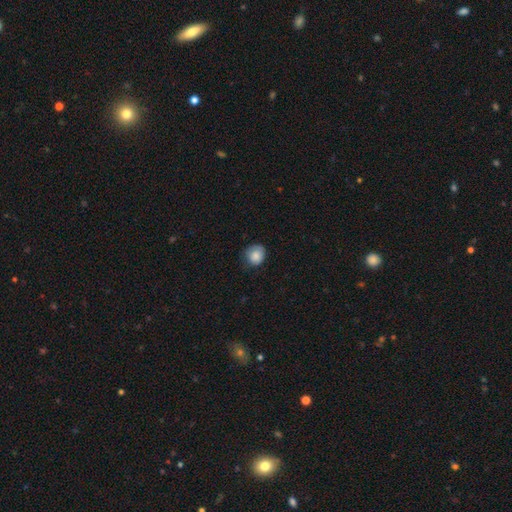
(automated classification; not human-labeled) This appears to be a smooth galaxy with no disk features (83%) that is round (77%). Merging: none (60%).